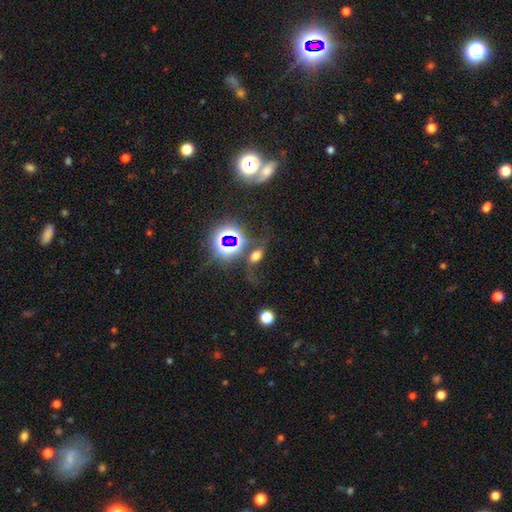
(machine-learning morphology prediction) This is marginally a smooth galaxy (42%). Merging: possibly none (51%).